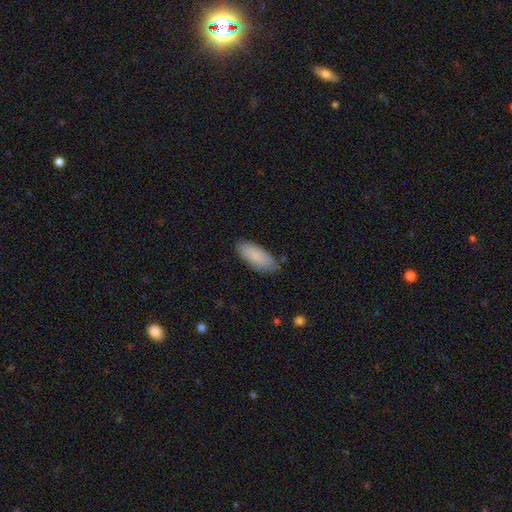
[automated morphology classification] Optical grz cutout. It shows a smooth galaxy with no disk features (85%) that is in between round and cigar-shaped (83%). Merging: none (79%).